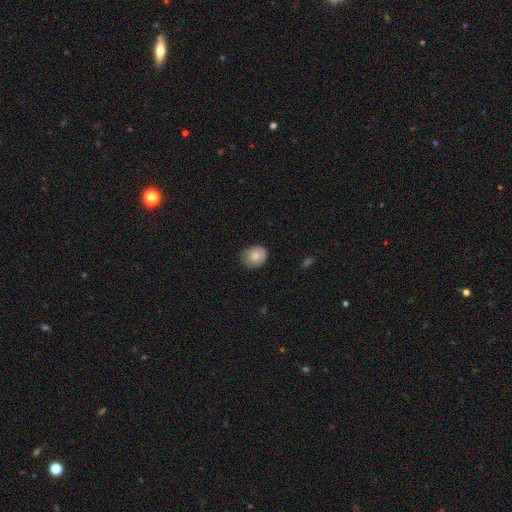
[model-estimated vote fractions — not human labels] This appears to be a smooth galaxy with no disk features (80%) that is round (57%). Merging: none (78%).